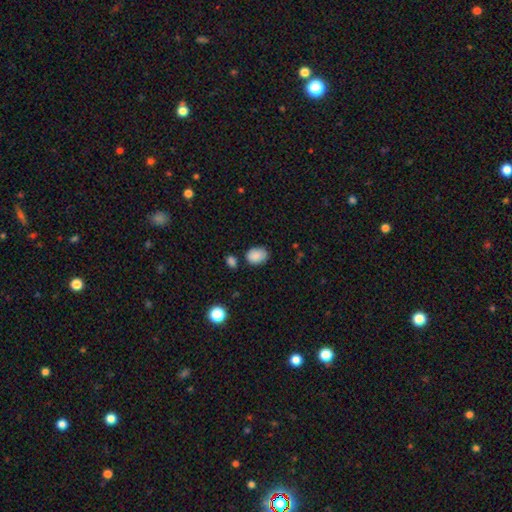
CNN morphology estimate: A smooth galaxy with no disk features (87%) that is in between round and cigar-shaped (71%).

Vote fractions:
- Smooth or featured? smooth: 87% / star or artifact: 9% / featured or disk: 4%
- How rounded? in between: 71% / round: 28% / cigar-shaped: 1%
- Merging? none: 70% / minor disturbance: 20% / merger: 6% / major disturbance: 4%